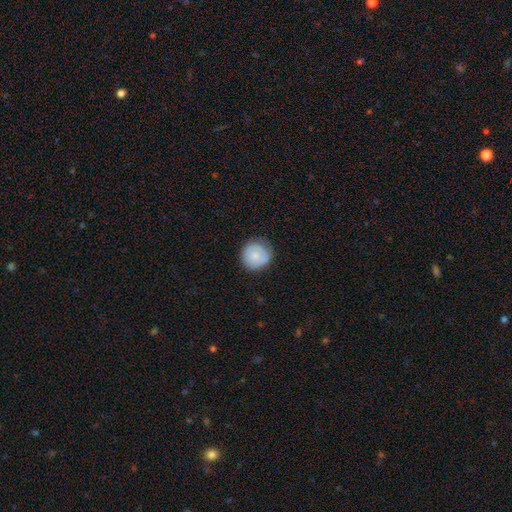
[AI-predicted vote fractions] Overall: smooth (76%). How rounded: round (93%). Merging: none (79%).